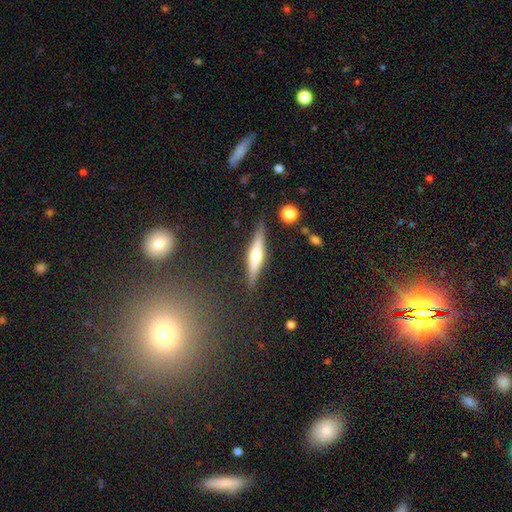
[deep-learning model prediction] This is likely a featured or disk galaxy (63%). It is clearly viewed edge-on (96%). Edge-on bulge: clearly rounded (84%). Merging: clearly none (86%).